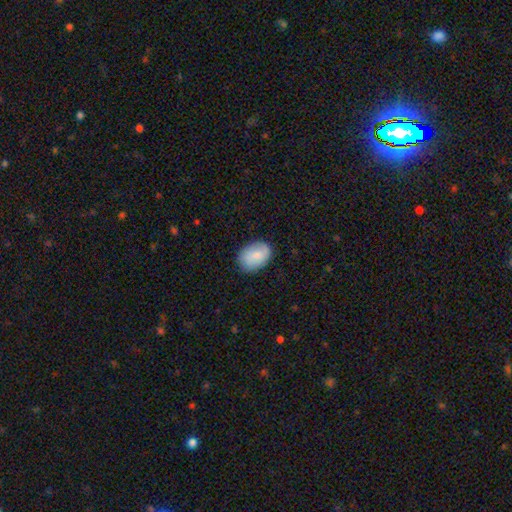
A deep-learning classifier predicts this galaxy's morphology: Overall: smooth (81%). How rounded: in between (81%). Merging: none (80%).